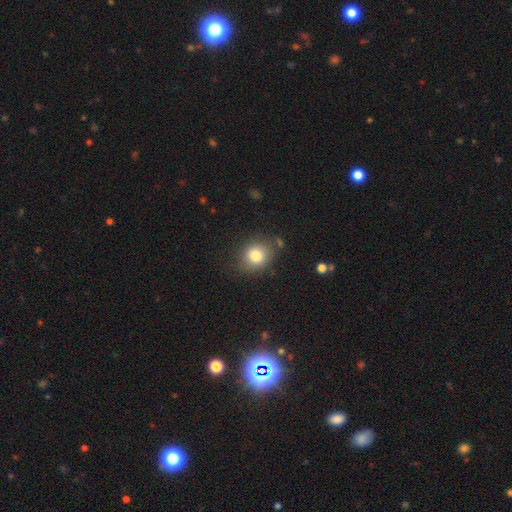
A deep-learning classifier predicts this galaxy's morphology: smooth 81%, star or artifact 10%, featured or disk 9%. Down the decision tree: how rounded — round (69%); merging — none (77%).